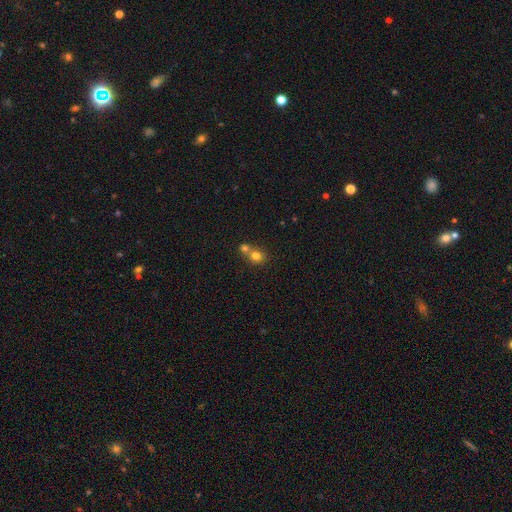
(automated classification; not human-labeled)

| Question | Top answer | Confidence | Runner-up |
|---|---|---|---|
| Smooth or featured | smooth | 77% | star or artifact (13%) |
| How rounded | round | 74% | in between (25%) |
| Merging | merger | 54% | none (38%) |